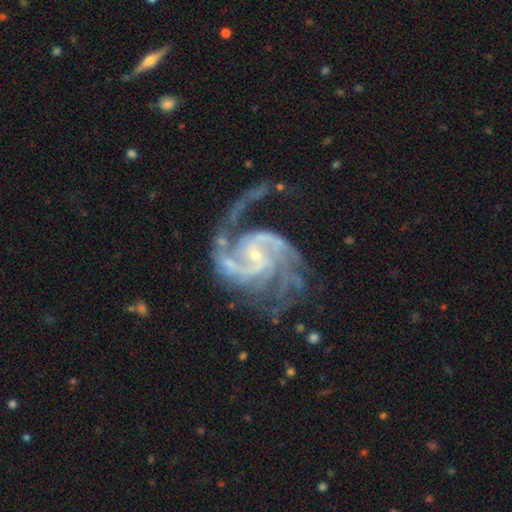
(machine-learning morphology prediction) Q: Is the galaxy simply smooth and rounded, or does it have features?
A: featured or disk — 93%.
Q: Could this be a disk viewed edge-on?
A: no — 98%.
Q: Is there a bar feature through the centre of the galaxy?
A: no — 48%.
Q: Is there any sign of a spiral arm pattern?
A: yes — 98%.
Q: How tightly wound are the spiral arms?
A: medium — 53%.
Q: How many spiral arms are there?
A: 2 — 36%.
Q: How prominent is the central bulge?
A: small — 82%.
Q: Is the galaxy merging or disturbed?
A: none — 47%.